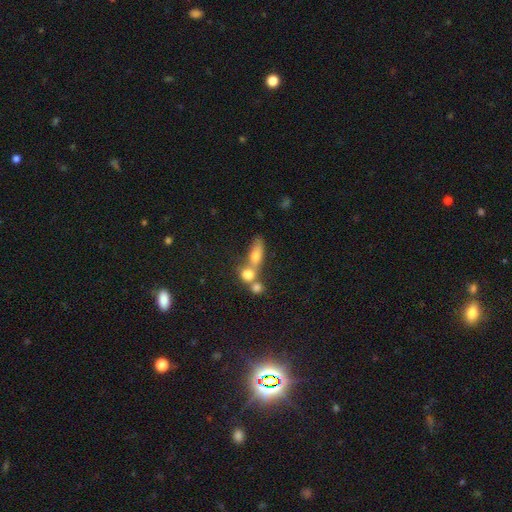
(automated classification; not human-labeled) Overall: smooth (68%). How rounded: in between (54%; cigar-shaped 26%). Merging: merger (55%; none 30%).